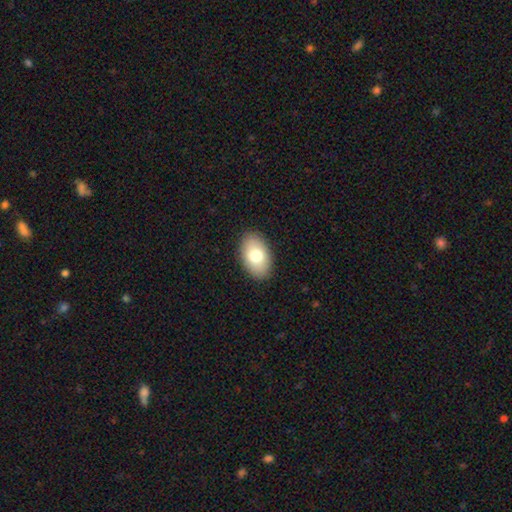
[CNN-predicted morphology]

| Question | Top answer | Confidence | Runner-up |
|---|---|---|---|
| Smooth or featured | smooth | 76% | featured or disk (17%) |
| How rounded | in between | 92% | round (7%) |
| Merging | none | 89% | minor disturbance (8%) |